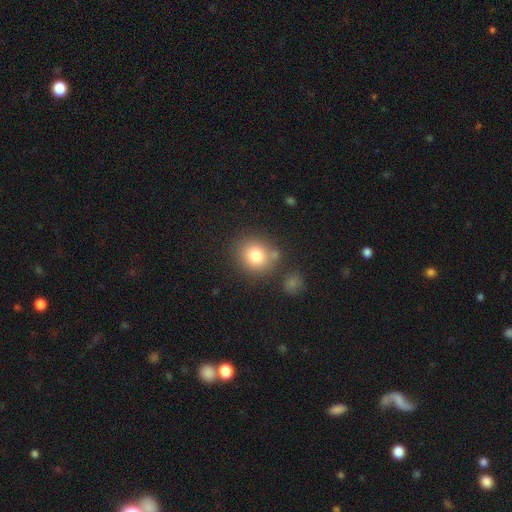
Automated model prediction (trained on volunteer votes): smooth-or-featured: smooth: 80% | star or artifact: 11% | featured or disk: 9%
  how-rounded: round: 80% | in between: 19% | cigar-shaped: 1%
  merging: none: 72% | merger: 12% | minor disturbance: 12% | major disturbance: 4%